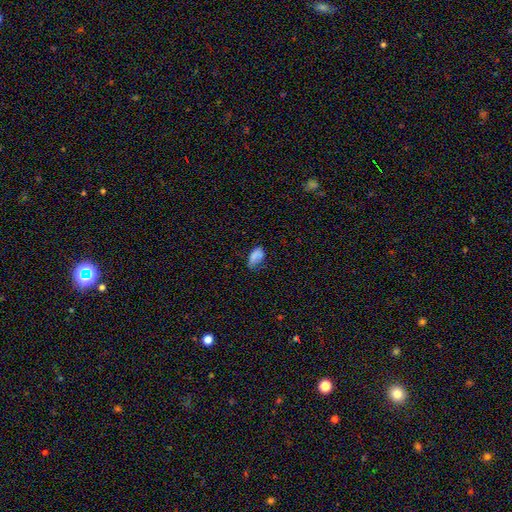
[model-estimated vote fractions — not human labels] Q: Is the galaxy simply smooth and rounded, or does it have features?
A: smooth — 82%.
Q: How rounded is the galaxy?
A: in between — 92%.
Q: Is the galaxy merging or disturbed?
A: none — 51%.